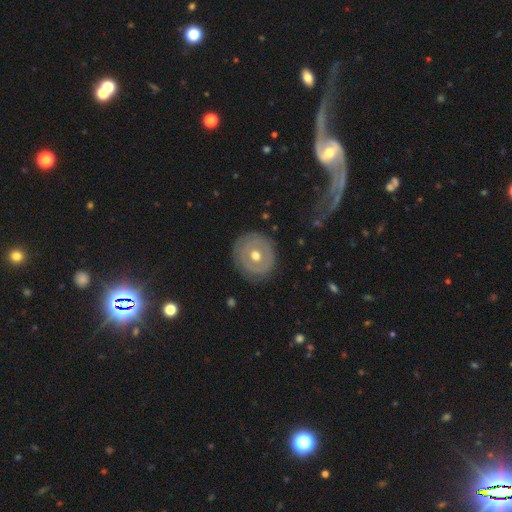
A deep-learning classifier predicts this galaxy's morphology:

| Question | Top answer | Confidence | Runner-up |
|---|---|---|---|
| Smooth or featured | featured or disk | 53% | smooth (40%) |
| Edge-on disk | no | 96% | yes (4%) |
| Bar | no | 85% | weak (12%) |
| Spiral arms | no | 72% | yes (28%) |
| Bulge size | moderate | 79% | small (14%) |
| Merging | none | 83% | minor disturbance (11%) |